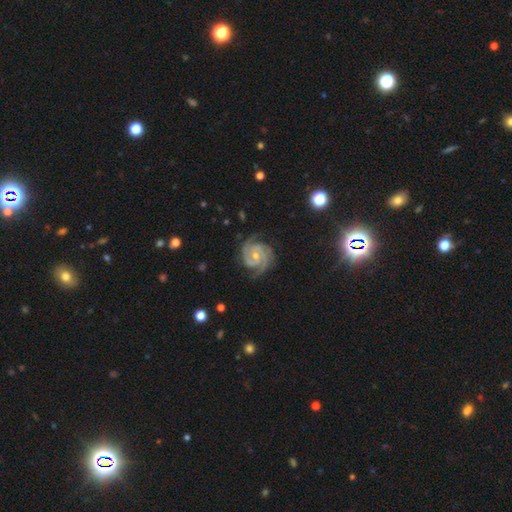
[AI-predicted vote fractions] Morphology: type=featured or disk (93%); edge-on=no (98%); bar=no (60%); spiral arms=yes (99%); winding=tight (66%); arm count=3 (50%); bulge=small (52%); merging=none (79%).